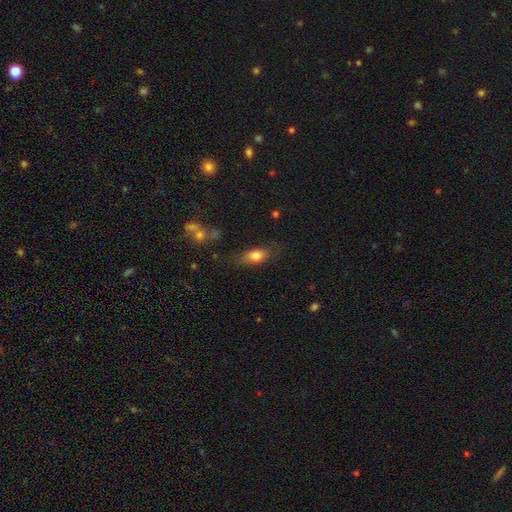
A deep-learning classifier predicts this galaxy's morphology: Smooth or featured: smooth — 77% (featured or disk — 16%)
How rounded: in between — 79% (cigar-shaped — 15%)
Merging: none — 70% (minor disturbance — 20%)